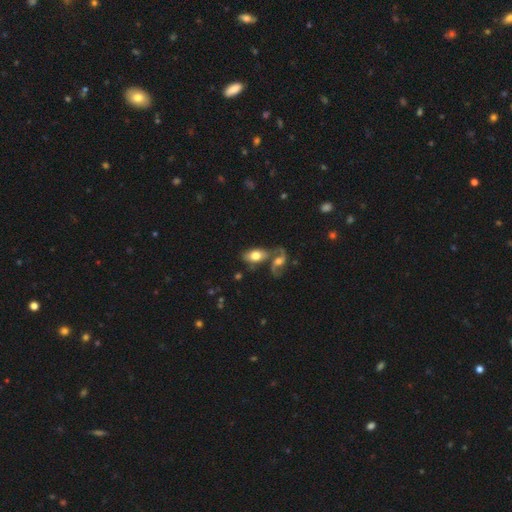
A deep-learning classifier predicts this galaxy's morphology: smooth_or_featured: smooth (p=0.65) [alt: featured or disk p=0.28]
how_rounded: in between (p=0.90) [alt: round p=0.07]
merging: merger (p=0.45) [alt: none p=0.36]